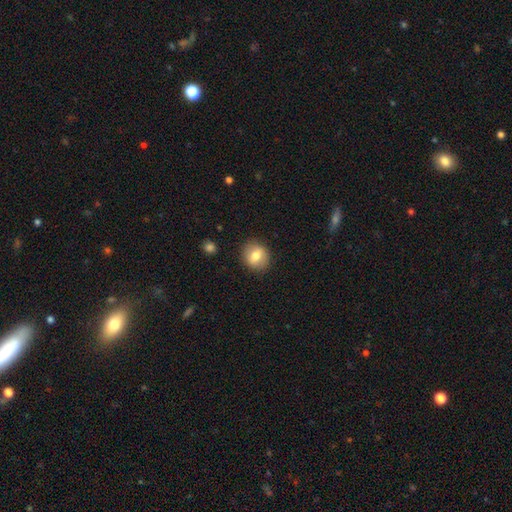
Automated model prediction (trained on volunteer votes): Smooth or featured? smooth (73%)
How rounded? round (78%)
Merging? none (88%)